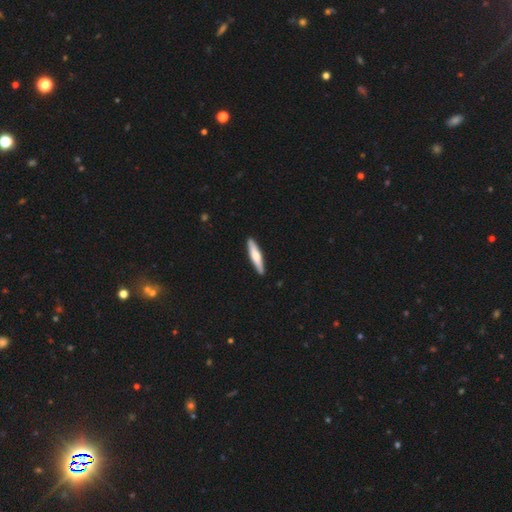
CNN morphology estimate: type=smooth (54%); roundness=cigar-shaped (86%); merging=none (90%).